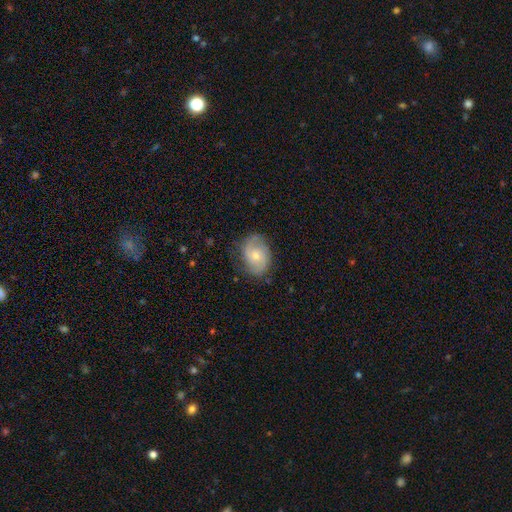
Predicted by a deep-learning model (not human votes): A featured or disk galaxy (62%) with no bar (72%), 2 (77%) medium (45%) spiral arms (89%) and a small central bulge (53%). Merging: none (74%).